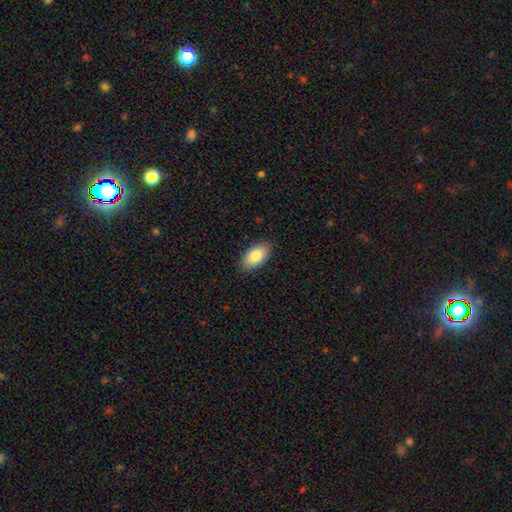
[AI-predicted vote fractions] Smooth or featured?
  - smooth: 83% *
  - featured or disk: 11%
  - star or artifact: 7%
How rounded?
  - in between: 94% *
  - round: 4%
  - cigar-shaped: 2%
Merging?
  - none: 88% *
  - minor disturbance: 9%
  - major disturbance: 2%
  - merger: 1%